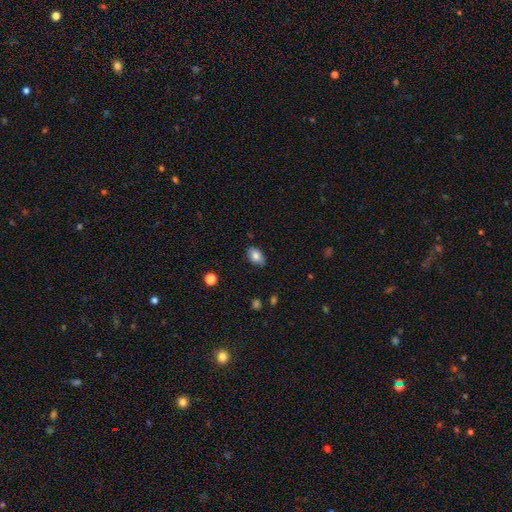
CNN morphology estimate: type=smooth (82%); roundness=in between (90%); merging=none (83%).